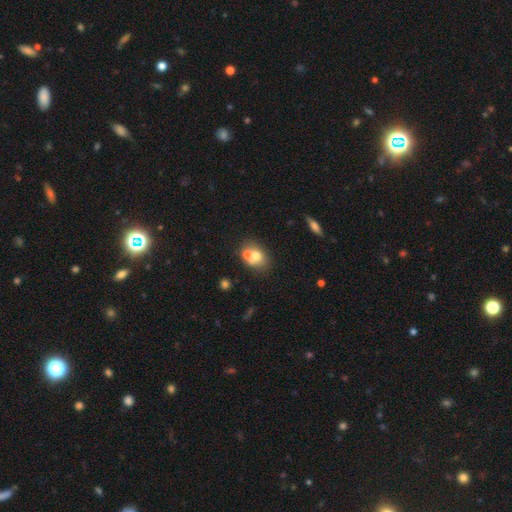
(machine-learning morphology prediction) This appears to be a smooth galaxy with no disk features (61%) that is round (56%). Merging: merger (47%).